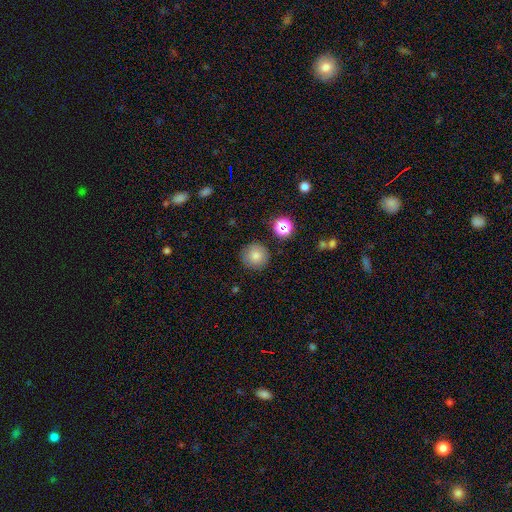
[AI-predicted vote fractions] Smooth or featured?
  - smooth: 81% *
  - star or artifact: 12%
  - featured or disk: 7%
How rounded?
  - round: 95% *
  - in between: 4%
  - cigar-shaped: 1%
Merging?
  - none: 88% *
  - minor disturbance: 7%
  - major disturbance: 2%
  - merger: 2%